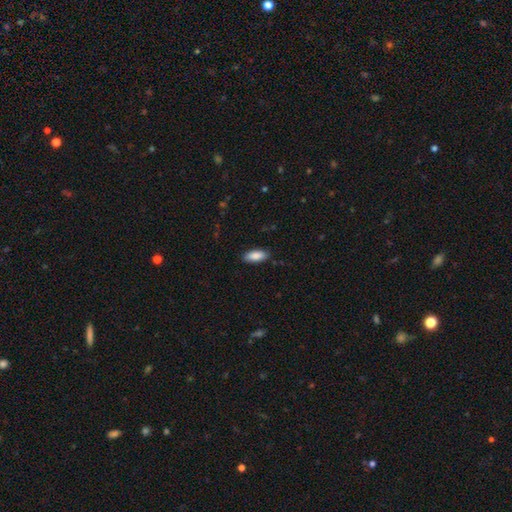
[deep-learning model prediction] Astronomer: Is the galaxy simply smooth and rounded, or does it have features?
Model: smooth — 88%.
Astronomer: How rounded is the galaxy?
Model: in between — 84%.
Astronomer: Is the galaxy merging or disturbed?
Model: none — 88%.